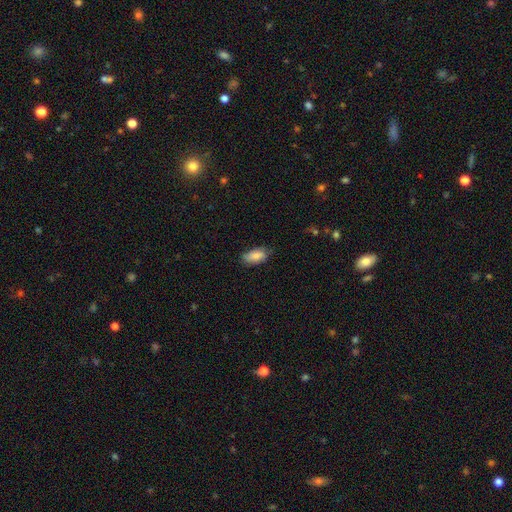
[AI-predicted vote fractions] This appears to be a smooth galaxy with no disk features (79%) that is in between round and cigar-shaped (90%). Merging: none (69%).